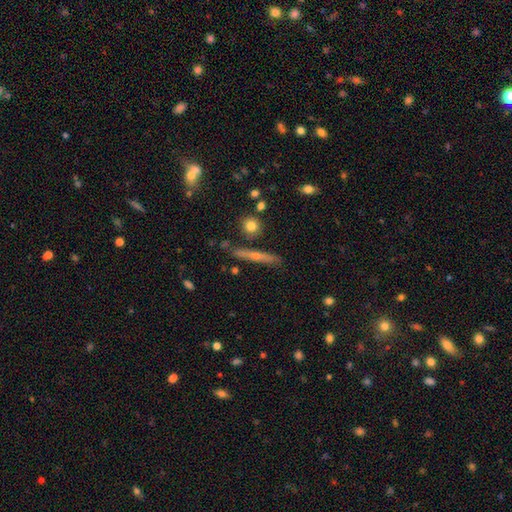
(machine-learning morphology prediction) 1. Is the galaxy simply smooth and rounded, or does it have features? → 57% featured or disk, 33% smooth, 10% star or artifact.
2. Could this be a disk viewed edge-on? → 94% yes, 6% no.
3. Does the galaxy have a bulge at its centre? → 68% rounded, 28% none, 4% boxy.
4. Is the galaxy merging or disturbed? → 83% none, 11% minor disturbance, 4% merger, 3% major disturbance.